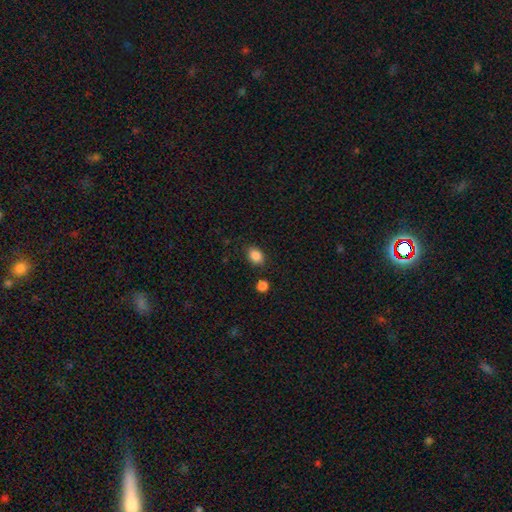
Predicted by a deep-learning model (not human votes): This is clearly a smooth galaxy (86%). How rounded: likely in between (71%). Merging: clearly none (83%).